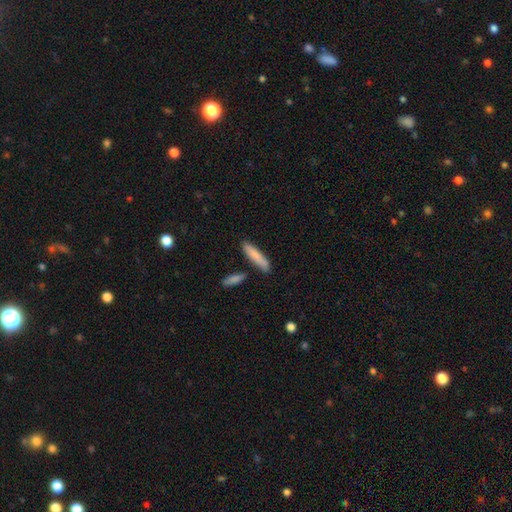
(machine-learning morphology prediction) smooth-or-featured: smooth: 81% | featured or disk: 14% | star or artifact: 6%
  how-rounded: cigar-shaped: 84% | in between: 15% | round: 2%
  merging: none: 82% | minor disturbance: 10% | merger: 6% | major disturbance: 2%